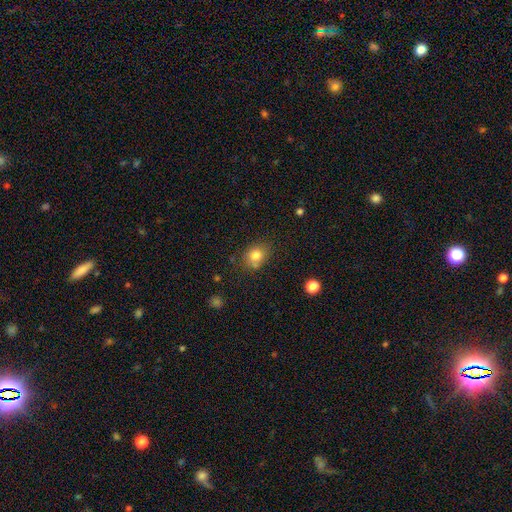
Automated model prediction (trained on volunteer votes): smooth 81%, star or artifact 11%, featured or disk 8%. Down the decision tree: how rounded — round (56%); merging — none (69%).